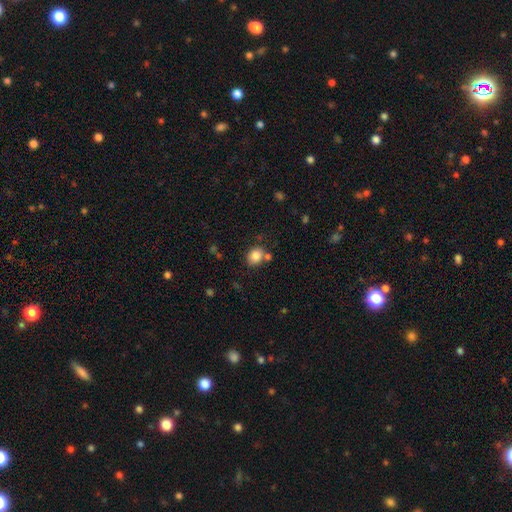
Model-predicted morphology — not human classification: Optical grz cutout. It shows a smooth galaxy with no disk features (84%) that is round (62%). Merging: none (73%).